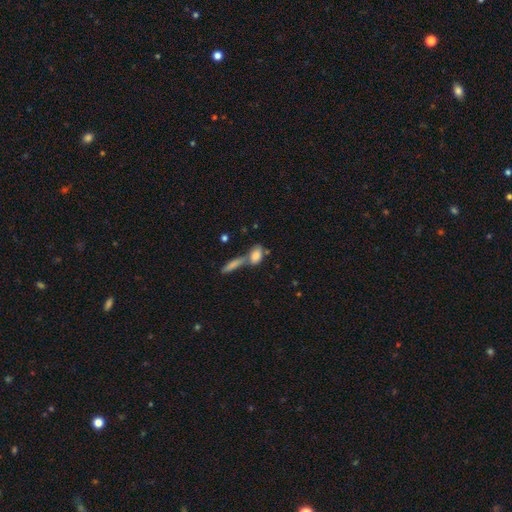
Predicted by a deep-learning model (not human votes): Smooth or featured?
  - smooth: 78% *
  - featured or disk: 14%
  - star or artifact: 8%
How rounded?
  - in between: 75% *
  - cigar-shaped: 16%
  - round: 9%
Merging?
  - merger: 49% *
  - none: 35%
  - minor disturbance: 10%
  - major disturbance: 5%